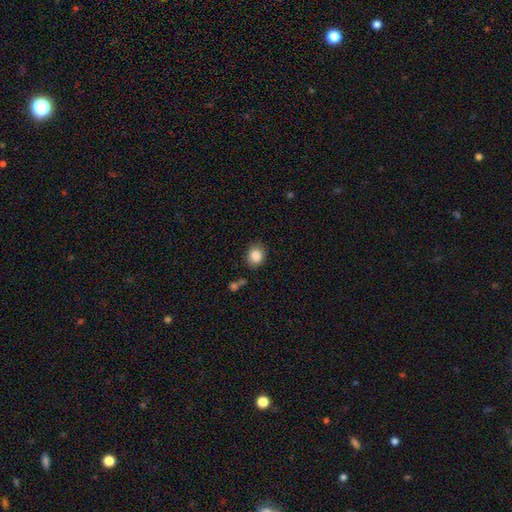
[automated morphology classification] Smooth or featured? smooth (87%)
How rounded? round (60%)
Merging? none (77%)